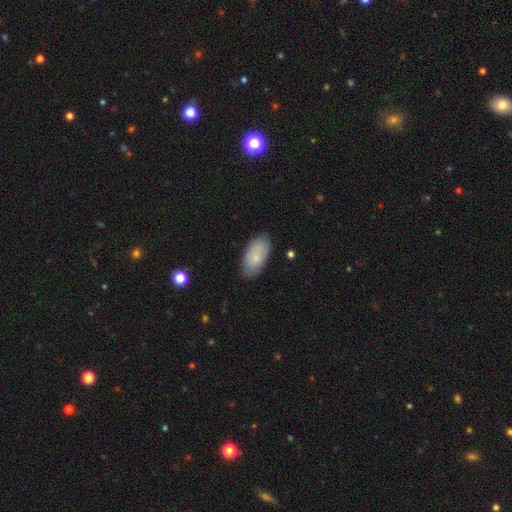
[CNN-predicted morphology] A smooth galaxy with no disk features (79%) that is in between round and cigar-shaped (94%).

Vote fractions:
- Smooth or featured? smooth: 79% / featured or disk: 15% / star or artifact: 6%
- How rounded? in between: 94% / cigar-shaped: 3% / round: 3%
- Merging? none: 84% / minor disturbance: 12% / major disturbance: 3% / merger: 1%